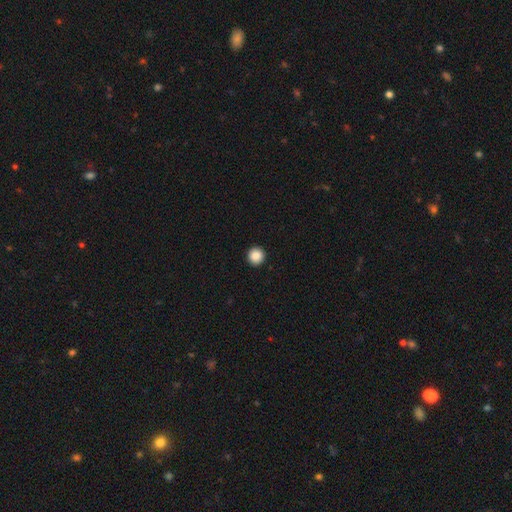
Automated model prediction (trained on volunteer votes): A smooth galaxy with no disk features (88%) that is round (96%).

Vote fractions:
- Smooth or featured? smooth: 88% / star or artifact: 9% / featured or disk: 3%
- How rounded? round: 96% / in between: 3% / cigar-shaped: 1%
- Merging? none: 94% / minor disturbance: 4% / major disturbance: 1% / merger: 1%